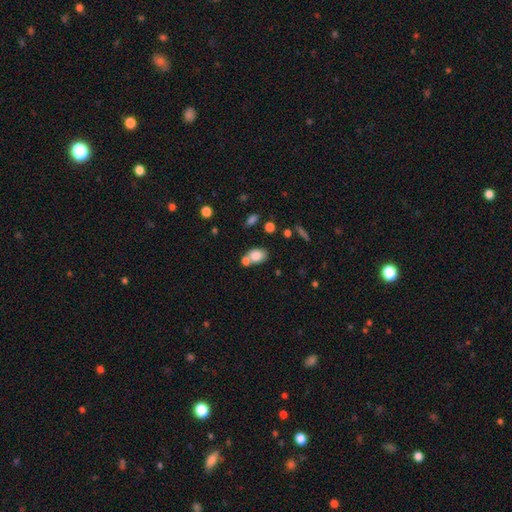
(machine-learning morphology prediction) smooth-or-featured: smooth: 80% | featured or disk: 11% | star or artifact: 9%
  how-rounded: in between: 72% | round: 26% | cigar-shaped: 2%
  merging: none: 48% | merger: 36% | minor disturbance: 12% | major disturbance: 4%